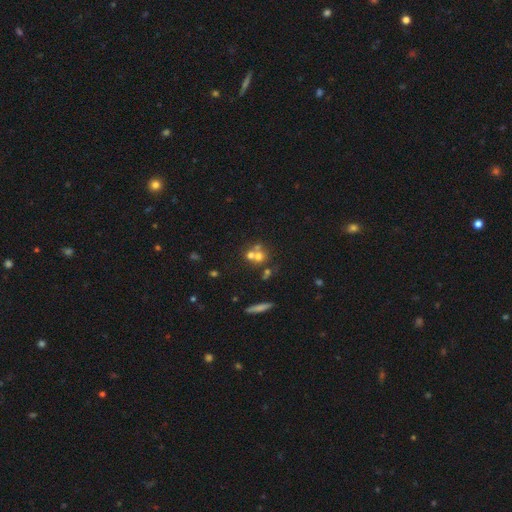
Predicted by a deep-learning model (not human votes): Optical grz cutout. It shows a smooth galaxy with no disk features (53%) that is round (79%). Merging: merger (53%).